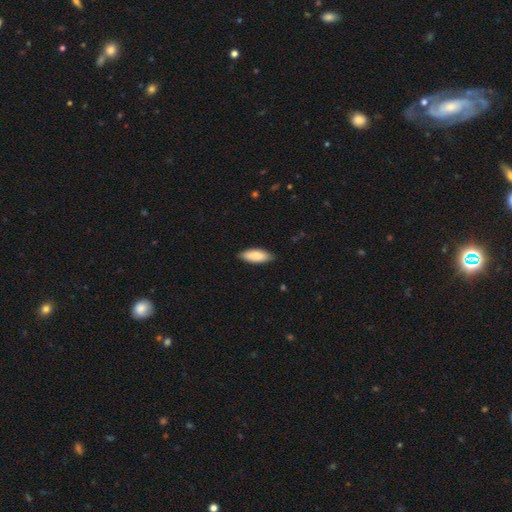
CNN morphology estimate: Overall: smooth (86%). How rounded: in between (77%). Merging: none (84%).